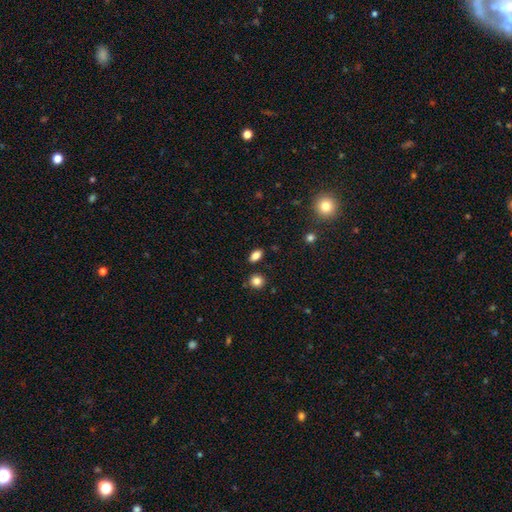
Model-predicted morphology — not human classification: This appears to be a smooth galaxy with no disk features (82%) that is in between round and cigar-shaped (83%). Merging: none (85%).